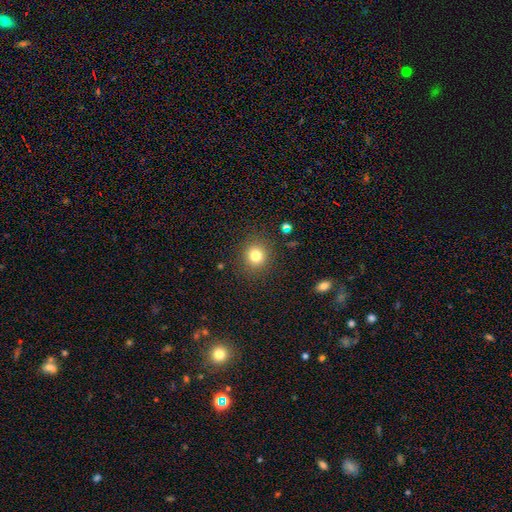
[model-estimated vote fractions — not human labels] The model was most divided on "smooth or featured": smooth: 80%, star or artifact: 13%, featured or disk: 7%. More confident: how rounded — round (88%); merging — none (88%).